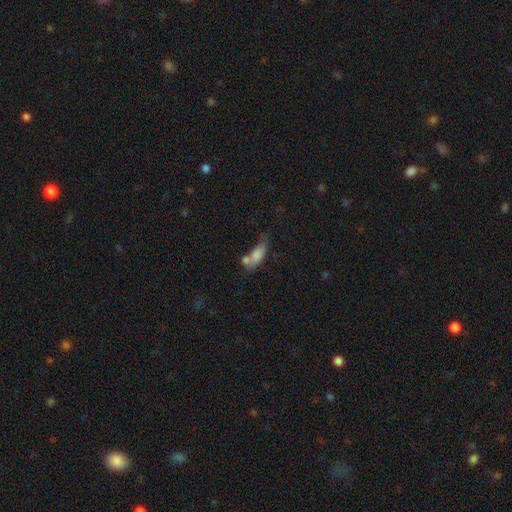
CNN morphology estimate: Q: Smooth or featured?
A: smooth (73%); runner-up: featured or disk (17%)
Q: How rounded?
A: in between (82%); runner-up: cigar-shaped (13%)
Q: Merging?
A: merger (45%); runner-up: none (24%)